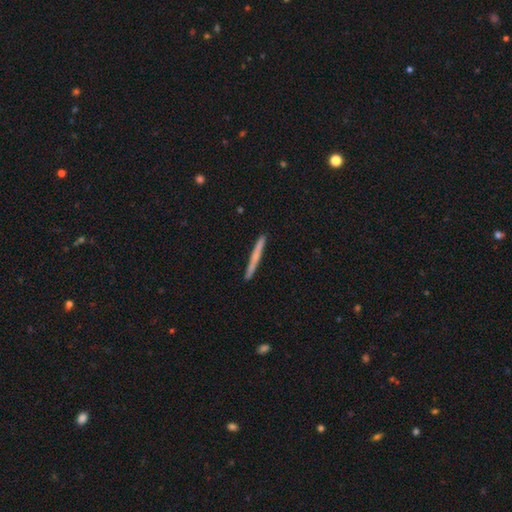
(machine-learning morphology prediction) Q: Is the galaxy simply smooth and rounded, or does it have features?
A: smooth — 55%.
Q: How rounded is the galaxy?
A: cigar-shaped — 97%.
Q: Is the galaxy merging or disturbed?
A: none — 92%.